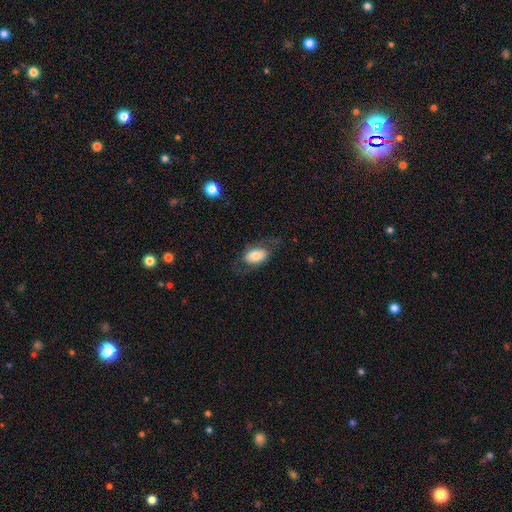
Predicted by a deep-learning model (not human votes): Smooth or featured: smooth — 66% (featured or disk — 27%)
How rounded: in between — 90% (round — 8%)
Merging: none — 64% (minor disturbance — 19%)